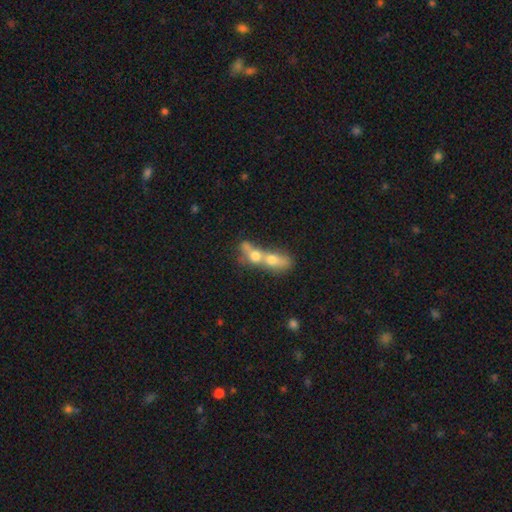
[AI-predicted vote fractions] smooth 56%, featured or disk 33%, star or artifact 11%. Down the decision tree: how rounded — in between (51%); merging — merger (77%).